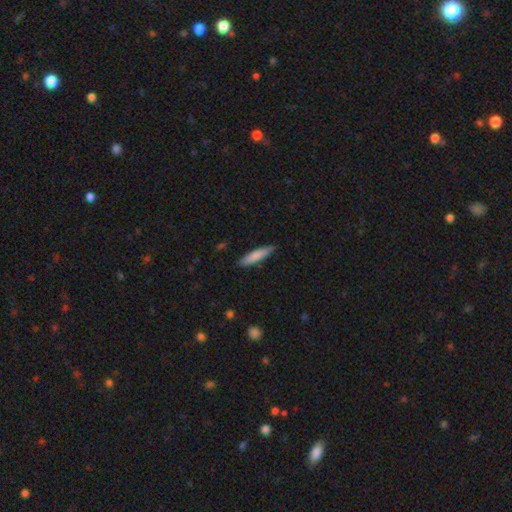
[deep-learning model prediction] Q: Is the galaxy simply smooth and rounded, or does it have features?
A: smooth — 81%.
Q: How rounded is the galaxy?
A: cigar-shaped — 80%.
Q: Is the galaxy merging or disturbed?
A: none — 85%.